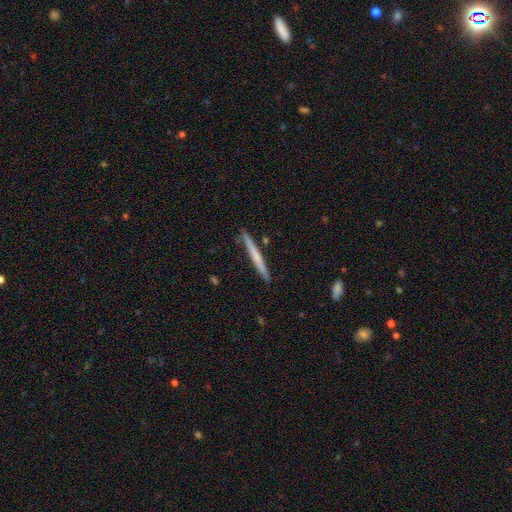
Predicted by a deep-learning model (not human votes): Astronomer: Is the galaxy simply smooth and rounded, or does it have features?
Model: smooth — 54% (runner-up: featured or disk, 41%).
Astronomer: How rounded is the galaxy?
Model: cigar-shaped — 97%.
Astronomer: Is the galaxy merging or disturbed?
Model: none — 90%.